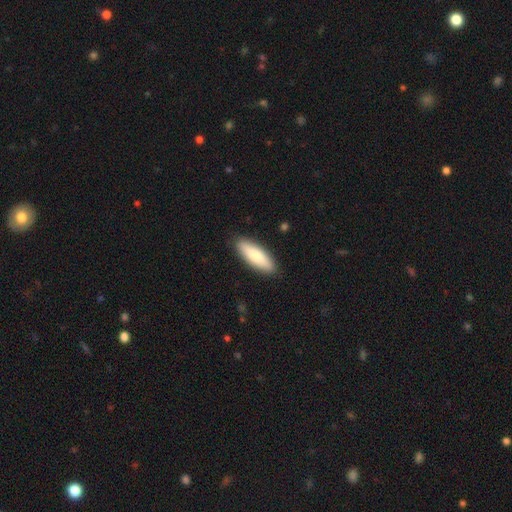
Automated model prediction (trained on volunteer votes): A smooth galaxy with no disk features (81%) that is in between round and cigar-shaped (53%).

Vote fractions:
- Smooth or featured? smooth: 81% / featured or disk: 14% / star or artifact: 5%
- How rounded? in between: 53% / cigar-shaped: 45% / round: 2%
- Merging? none: 89% / minor disturbance: 8% / major disturbance: 2% / merger: 1%